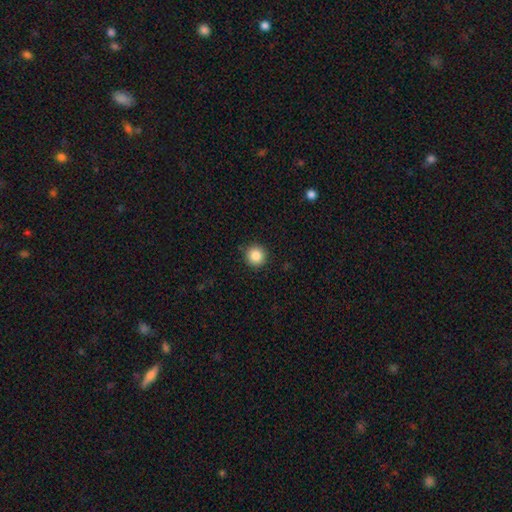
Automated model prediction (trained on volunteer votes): smooth 87%, star or artifact 10%, featured or disk 4%. Down the decision tree: how rounded — round (95%); merging — none (90%).